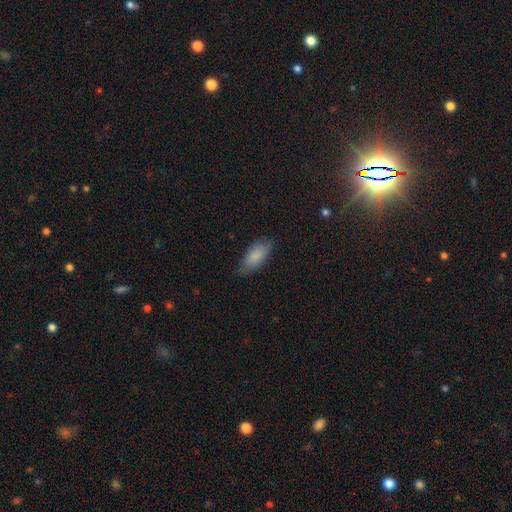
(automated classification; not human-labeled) Q: Smooth or featured?
A: smooth (84%); runner-up: featured or disk (10%)
Q: How rounded?
A: in between (84%); runner-up: cigar-shaped (14%)
Q: Merging?
A: none (78%); runner-up: minor disturbance (18%)